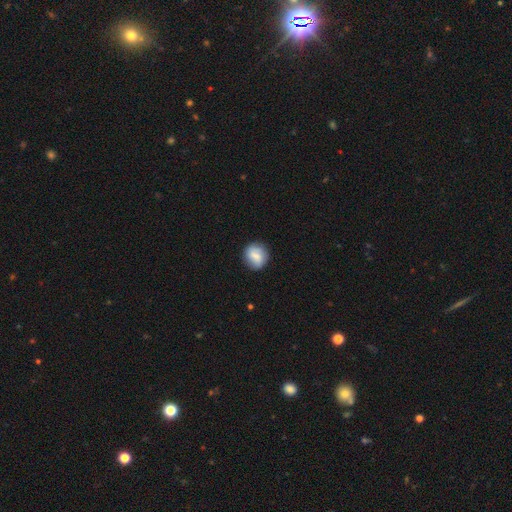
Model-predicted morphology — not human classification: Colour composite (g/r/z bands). It shows a smooth galaxy with no disk features (71%) that is round (79%). Merging: none (83%).